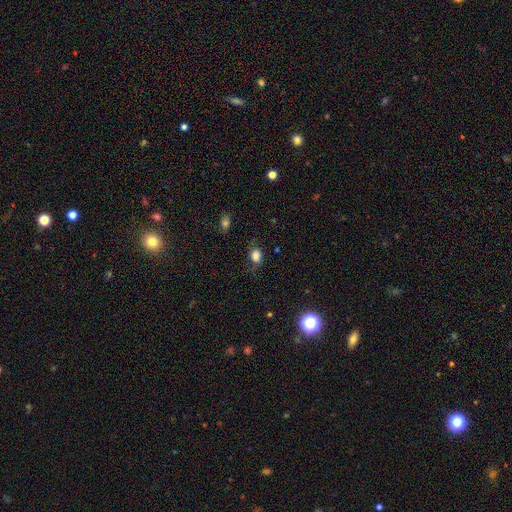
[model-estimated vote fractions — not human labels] smooth 77%, star or artifact 12%, featured or disk 11%. Down the decision tree: how rounded — in between (69%); merging — none (61%).